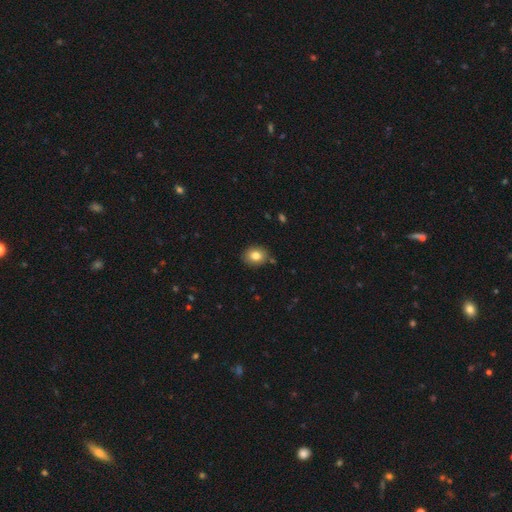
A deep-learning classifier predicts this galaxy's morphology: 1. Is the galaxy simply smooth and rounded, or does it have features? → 81% smooth, 10% star or artifact, 9% featured or disk.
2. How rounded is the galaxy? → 57% round, 42% in between, 1% cigar-shaped.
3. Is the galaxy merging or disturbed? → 84% none, 11% minor disturbance, 3% merger, 2% major disturbance.